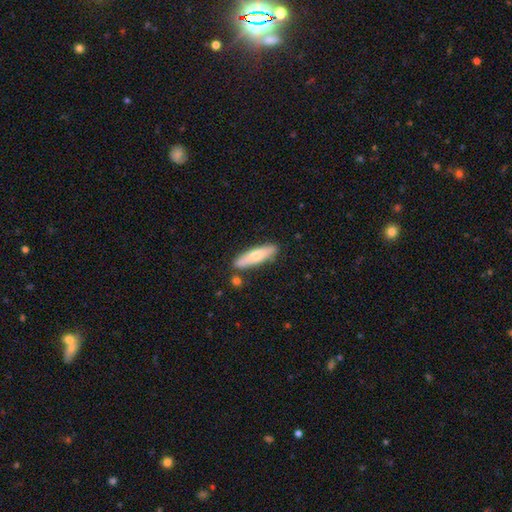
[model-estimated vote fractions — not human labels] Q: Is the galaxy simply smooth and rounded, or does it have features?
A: smooth — 67%.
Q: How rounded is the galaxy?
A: cigar-shaped — 70%.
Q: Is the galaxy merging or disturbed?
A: none — 82%.